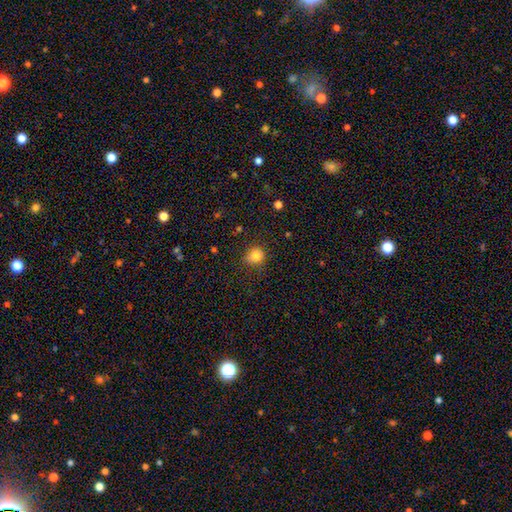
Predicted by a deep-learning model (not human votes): Smooth or featured?
  - smooth: 83% *
  - star or artifact: 12%
  - featured or disk: 6%
How rounded?
  - round: 82% *
  - in between: 18%
  - cigar-shaped: 1%
Merging?
  - none: 73% *
  - minor disturbance: 19%
  - major disturbance: 6%
  - merger: 2%